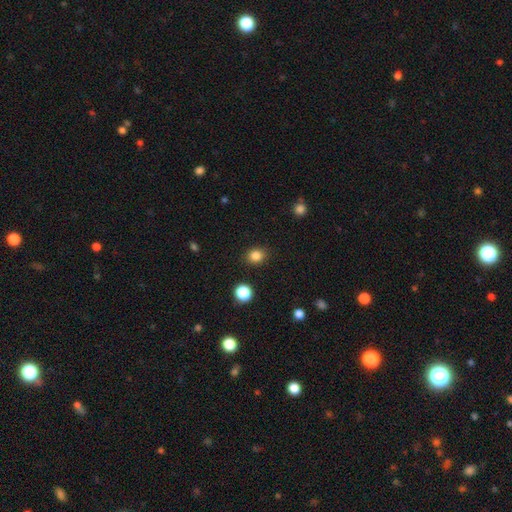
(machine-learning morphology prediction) Smooth or featured: smooth — 84% (star or artifact — 11%)
How rounded: round — 62% (in between — 37%)
Merging: none — 87% (minor disturbance — 8%)